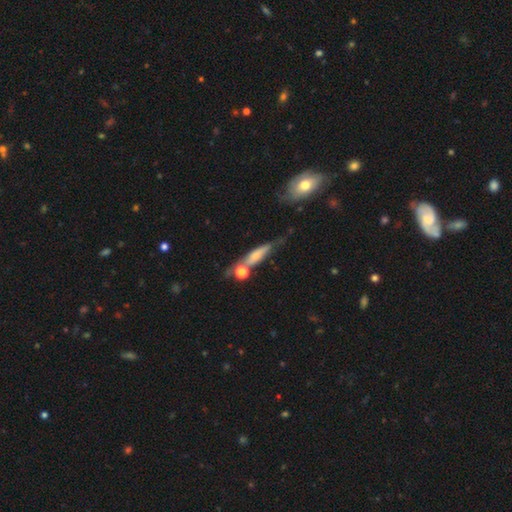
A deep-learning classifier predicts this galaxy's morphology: A smooth galaxy with no disk features (50%) that is cigar-shaped (68%).

Vote fractions:
- Smooth or featured? smooth: 50% / featured or disk: 41% / star or artifact: 9%
- How rounded? cigar-shaped: 68% / in between: 26% / round: 7%
- Merging? none: 50% / minor disturbance: 21% / merger: 20% / major disturbance: 10%